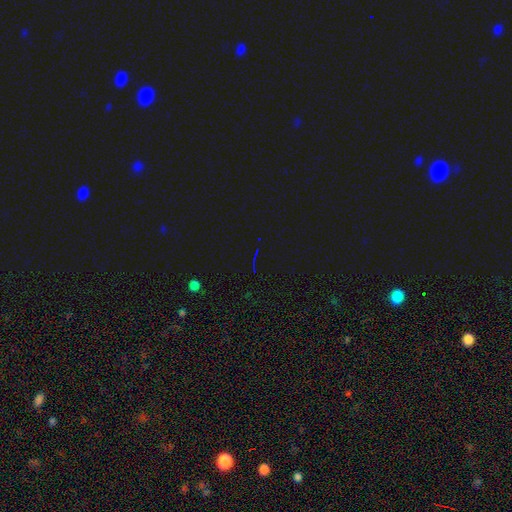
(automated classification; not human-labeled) star or artifact 78%, smooth 12%, featured or disk 10%.